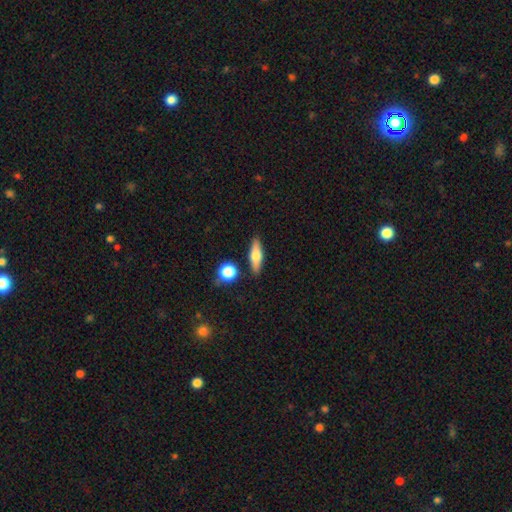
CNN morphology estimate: The model was most divided on "how rounded" (2-way tie): cigar-shaped: 47%, in between: 47%, round: 6%. More confident: merging — none (84%); smooth or featured — smooth (59%).